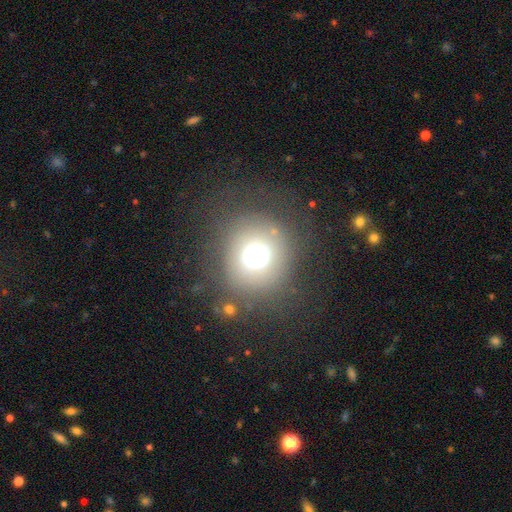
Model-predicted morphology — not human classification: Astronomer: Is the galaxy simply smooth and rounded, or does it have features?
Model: smooth — 66%.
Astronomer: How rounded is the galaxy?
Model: round — 92%.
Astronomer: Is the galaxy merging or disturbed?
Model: none — 74%.